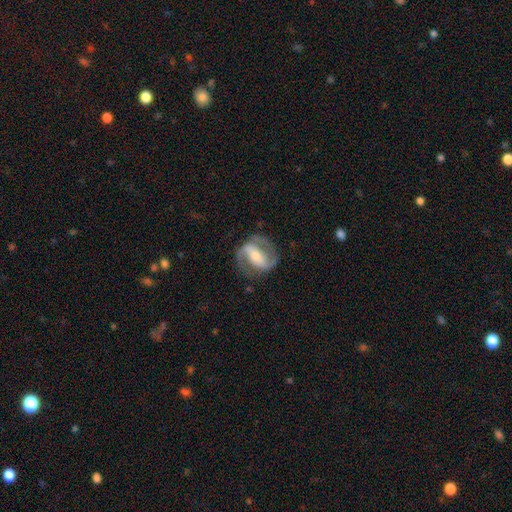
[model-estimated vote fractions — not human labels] Q: Smooth or featured?
A: featured or disk (84%); runner-up: smooth (11%)
Q: Edge-on disk?
A: no (97%); runner-up: yes (3%)
Q: Bar?
A: strong (59%); runner-up: weak (27%)
Q: Spiral arms?
A: yes (93%); runner-up: no (7%)
Q: Spiral winding?
A: medium (53%); runner-up: tight (27%)
Q: Spiral arm count?
A: 2 (91%); runner-up: can't tell (4%)
Q: Bulge size?
A: moderate (42%); runner-up: small (34%)
Q: Merging?
A: none (75%); runner-up: minor disturbance (14%)